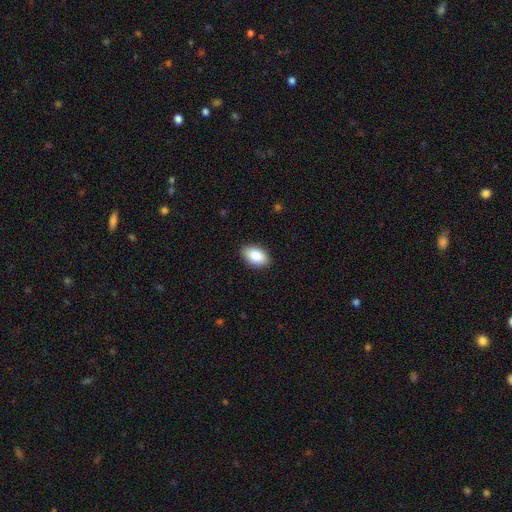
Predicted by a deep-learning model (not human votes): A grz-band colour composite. It shows a smooth galaxy with no disk features (86%) that is in between round and cigar-shaped (91%). Merging: none (89%).